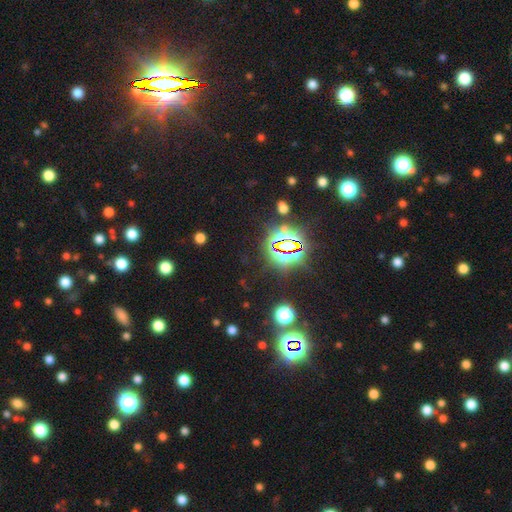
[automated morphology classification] Overall: star or artifact (81%).